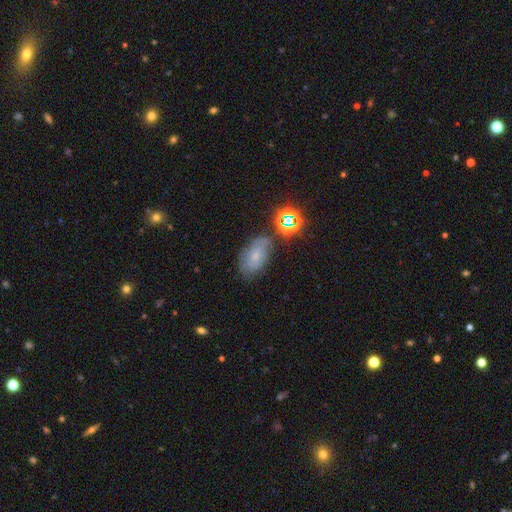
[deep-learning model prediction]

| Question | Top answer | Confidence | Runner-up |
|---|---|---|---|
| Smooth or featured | smooth | 44% | featured or disk (36%) |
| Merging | none | 63% | minor disturbance (23%) |